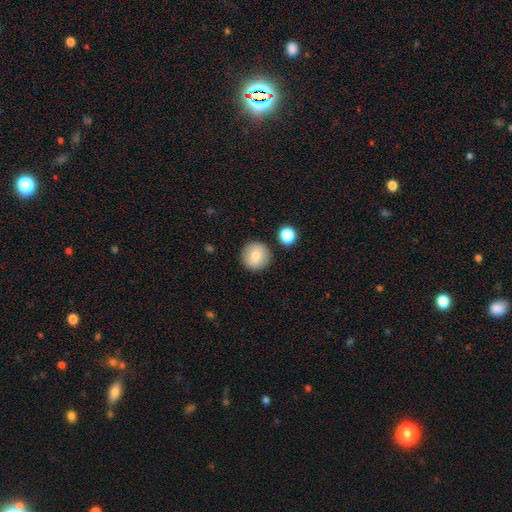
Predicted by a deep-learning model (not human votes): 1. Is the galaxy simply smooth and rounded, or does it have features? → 81% smooth, 11% featured or disk, 9% star or artifact.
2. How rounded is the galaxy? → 95% round, 4% in between, 1% cigar-shaped.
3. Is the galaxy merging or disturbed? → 88% none, 7% minor disturbance, 3% merger, 2% major disturbance.